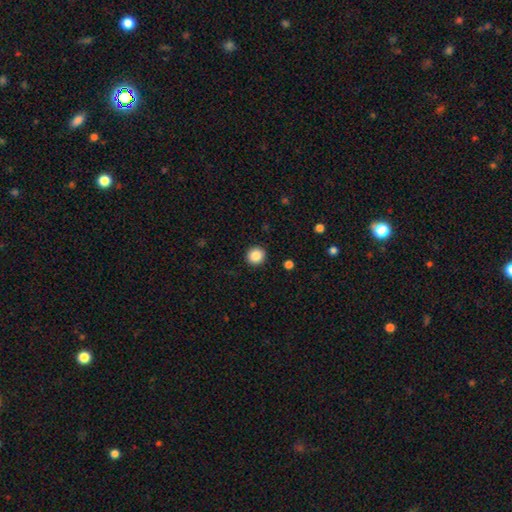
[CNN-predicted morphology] The model was most divided on "smooth or featured": smooth: 87%, star or artifact: 10%, featured or disk: 4%. More confident: how rounded — round (93%); merging — none (92%).